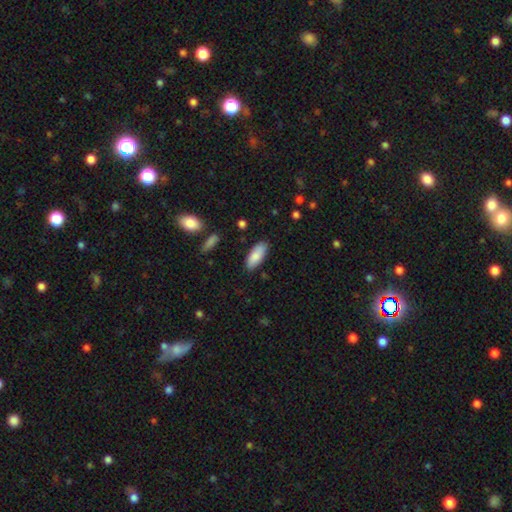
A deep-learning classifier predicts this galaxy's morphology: Smooth or featured? smooth (86%)
How rounded? in between (80%)
Merging? none (85%)